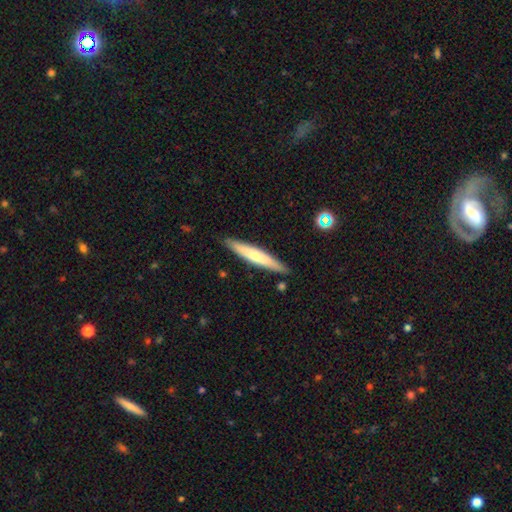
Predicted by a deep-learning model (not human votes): Smooth or featured? smooth (56%)
How rounded? cigar-shaped (94%)
Merging? none (88%)